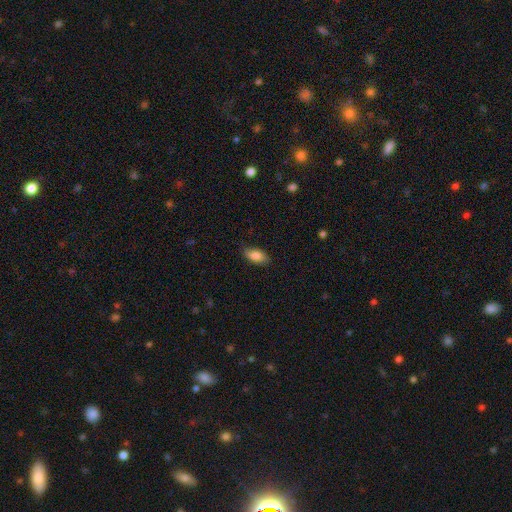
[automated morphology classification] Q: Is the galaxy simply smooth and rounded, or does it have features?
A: smooth — 83%.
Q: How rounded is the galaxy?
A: in between — 89%.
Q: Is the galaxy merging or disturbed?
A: none — 85%.